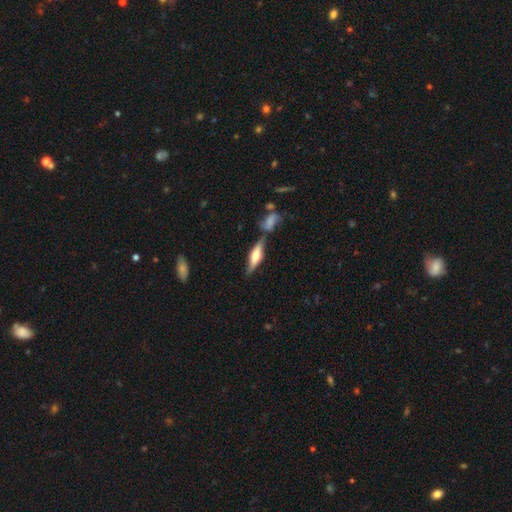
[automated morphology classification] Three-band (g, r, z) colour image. It shows a featured or disk galaxy (51%) viewed edge-on (90%). Merging: none (66%).